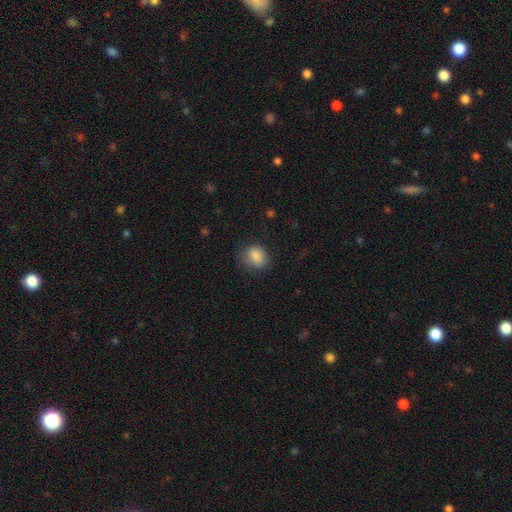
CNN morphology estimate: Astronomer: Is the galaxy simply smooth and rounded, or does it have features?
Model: smooth — 86%.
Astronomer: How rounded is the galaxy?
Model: round — 52% (runner-up: in between, 47%).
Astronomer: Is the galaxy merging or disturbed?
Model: none — 71%.